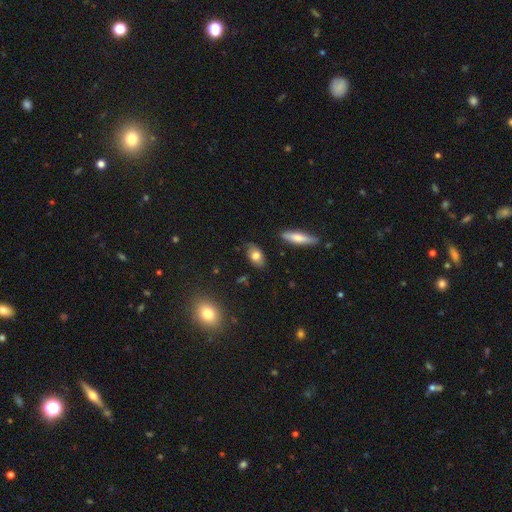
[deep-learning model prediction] The model was most divided on "smooth or featured": smooth: 74%, featured or disk: 18%, star or artifact: 8%. More confident: how rounded — in between (88%); merging — none (82%).